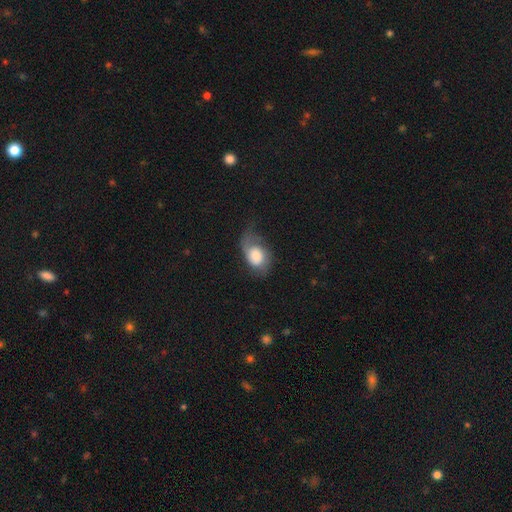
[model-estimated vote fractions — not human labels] Q: Smooth or featured?
A: smooth (53%); runner-up: featured or disk (39%)
Q: How rounded?
A: in between (78%); runner-up: round (21%)
Q: Merging?
A: none (36%); runner-up: major disturbance (31%)